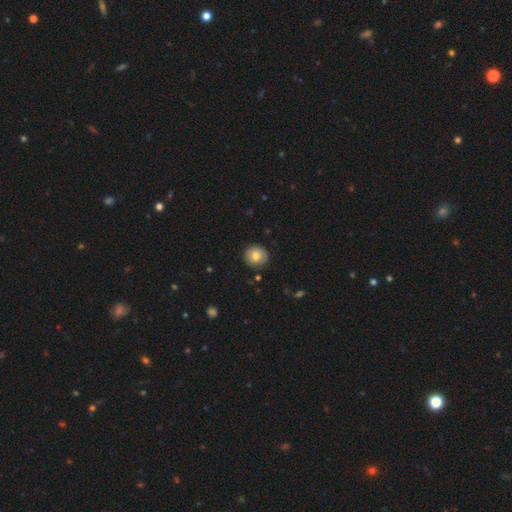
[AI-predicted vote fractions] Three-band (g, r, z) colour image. It shows a smooth galaxy with no disk features (79%) that is round (90%). Merging: none (89%).